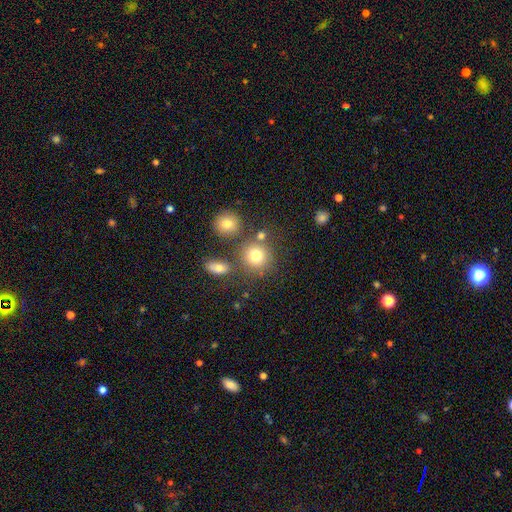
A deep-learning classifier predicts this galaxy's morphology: Smooth or featured: smooth — 76% (star or artifact — 14%)
How rounded: round — 88% (in between — 11%)
Merging: none — 72% (merger — 13%)